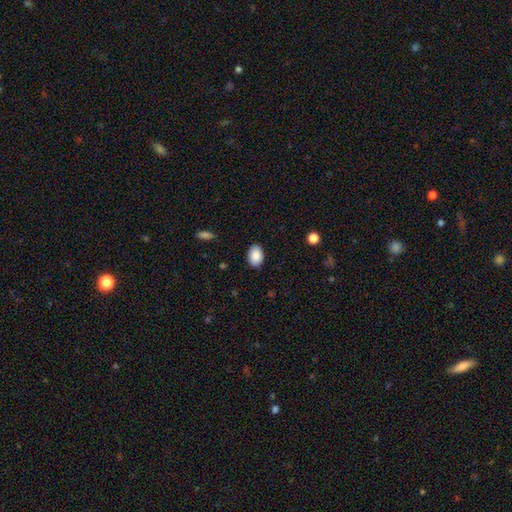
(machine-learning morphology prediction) smooth 89%, star or artifact 7%, featured or disk 4%. Down the decision tree: how rounded — in between (84%); merging — none (88%).